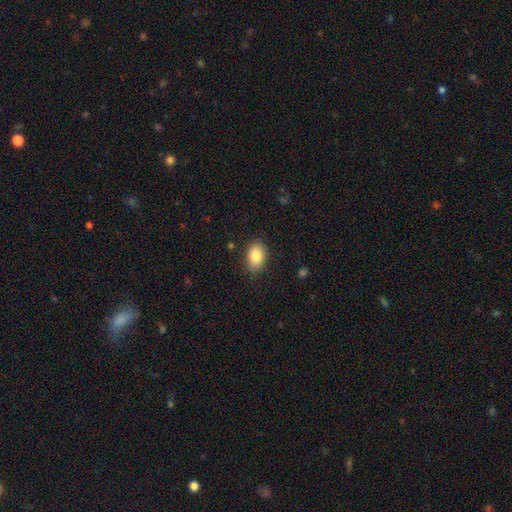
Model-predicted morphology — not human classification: Smooth or featured: smooth — 86% (star or artifact — 7%)
How rounded: in between — 86% (round — 13%)
Merging: none — 86% (minor disturbance — 10%)